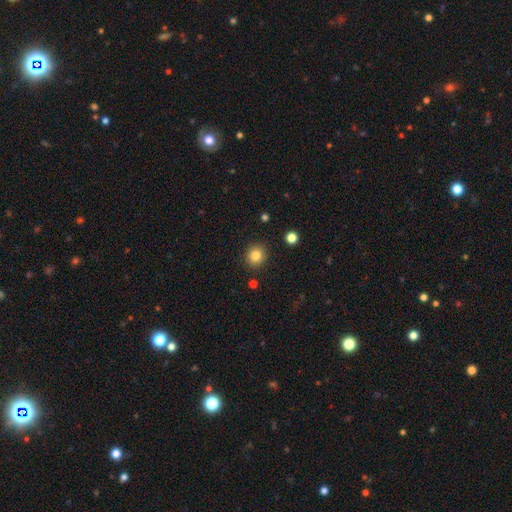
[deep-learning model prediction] Smooth or featured?
  - smooth: 83% *
  - star or artifact: 11%
  - featured or disk: 6%
How rounded?
  - round: 87% *
  - in between: 12%
  - cigar-shaped: 1%
Merging?
  - none: 89% *
  - minor disturbance: 7%
  - major disturbance: 2%
  - merger: 2%